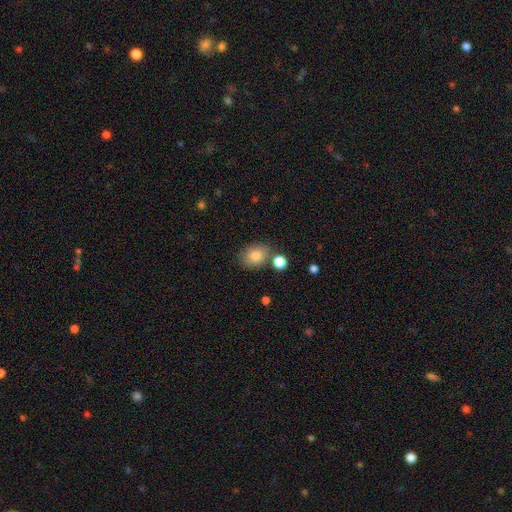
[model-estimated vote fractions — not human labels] This appears to be a smooth galaxy with no disk features (83%) that is in between round and cigar-shaped (61%). Merging: none (71%).